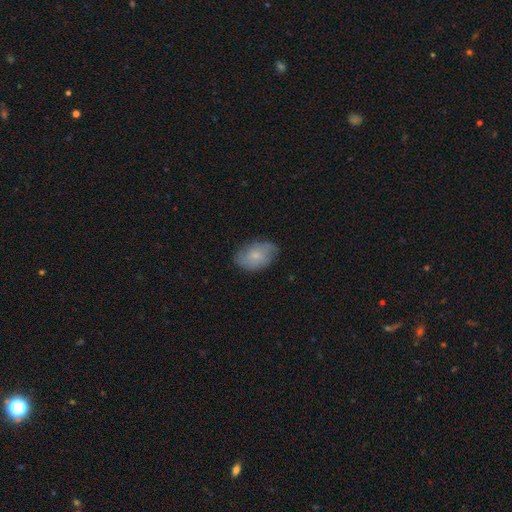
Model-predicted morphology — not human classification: This is likely a smooth galaxy (65%). How rounded: clearly in between (86%). Merging: likely none (75%).